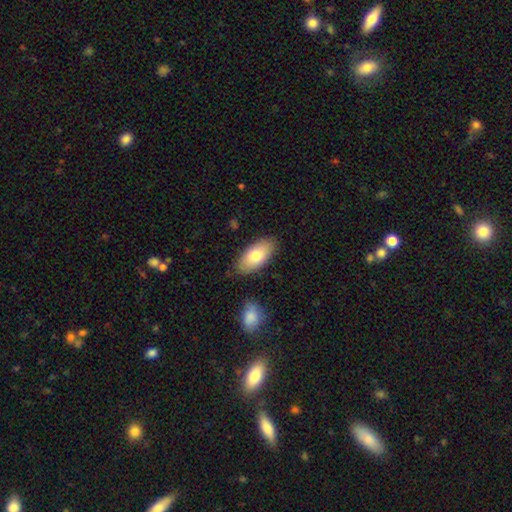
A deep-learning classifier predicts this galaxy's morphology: A smooth galaxy with no disk features (76%) that is in between round and cigar-shaped (92%). Merging: none (84%).